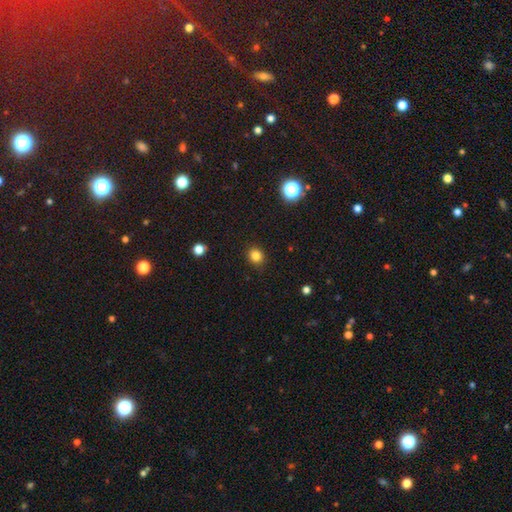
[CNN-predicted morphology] type=smooth (83%); roundness=round (74%); merging=none (89%).